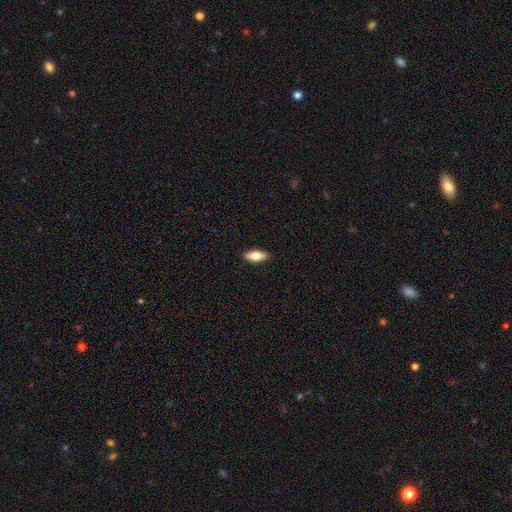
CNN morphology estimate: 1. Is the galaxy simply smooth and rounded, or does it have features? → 70% smooth, 24% featured or disk, 6% star or artifact.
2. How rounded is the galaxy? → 74% in between, 23% cigar-shaped, 3% round.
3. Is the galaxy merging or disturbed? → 90% none, 7% minor disturbance, 2% major disturbance, 1% merger.